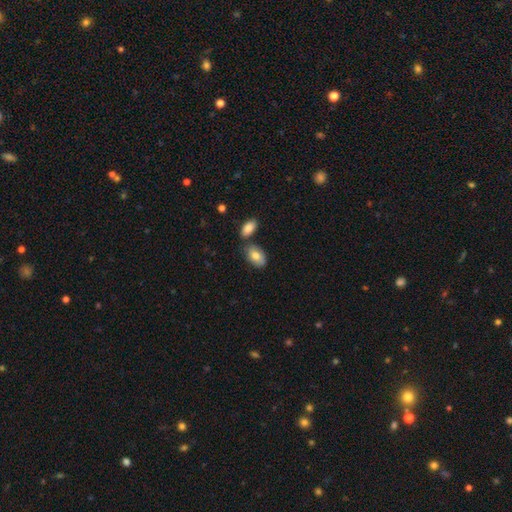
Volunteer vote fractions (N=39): Smooth or featured? 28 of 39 (72%) said smooth. How rounded? 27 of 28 (96%) said in between. Merging? 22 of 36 (61%) said none.